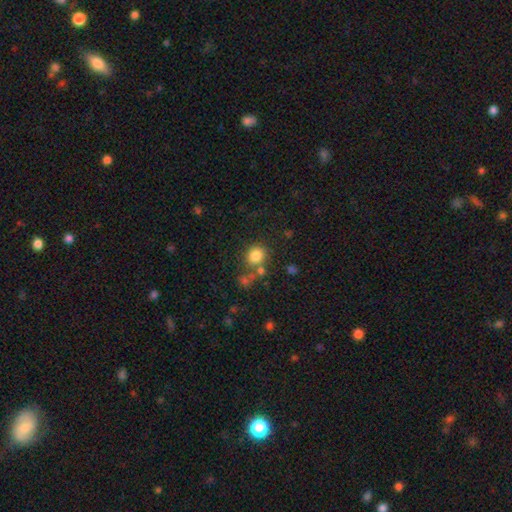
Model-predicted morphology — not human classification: smooth-or-featured: smooth: 81% | star or artifact: 12% | featured or disk: 7%
  how-rounded: round: 80% | in between: 19% | cigar-shaped: 1%
  merging: none: 67% | merger: 15% | minor disturbance: 12% | major disturbance: 5%